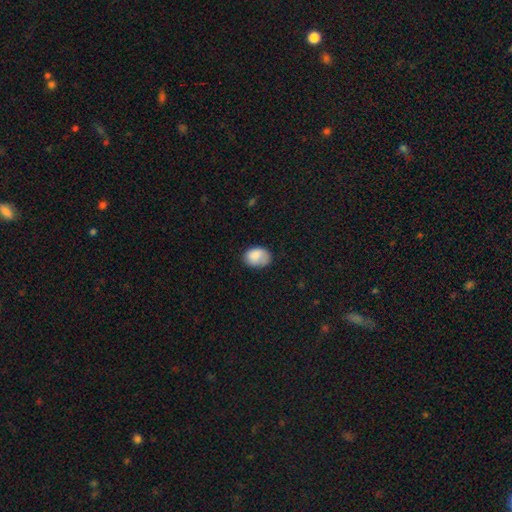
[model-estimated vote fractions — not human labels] The model was most divided on "merging": none: 64%, minor disturbance: 27%, major disturbance: 8%, merger: 2%. More confident: smooth or featured — smooth (84%); how rounded — in between (70%).